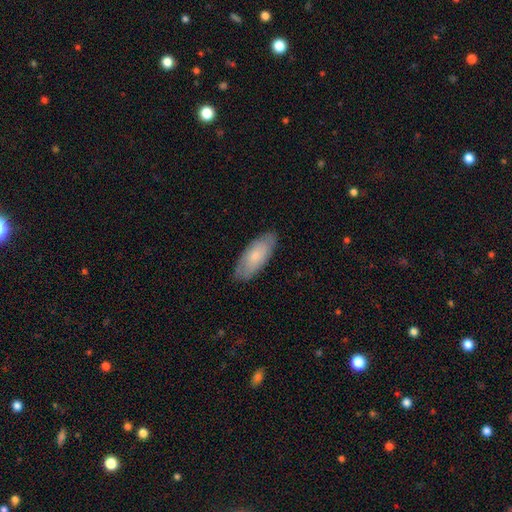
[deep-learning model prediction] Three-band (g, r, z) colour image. It shows a smooth galaxy with no disk features (65%) that is in between round and cigar-shaped (81%). Merging: none (82%).